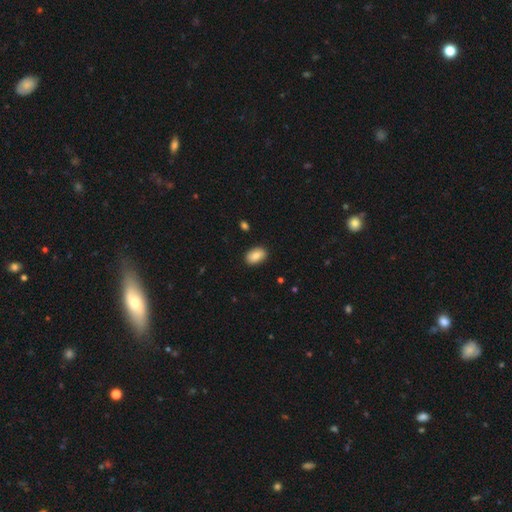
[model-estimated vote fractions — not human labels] Smooth or featured?
  - smooth: 85% *
  - featured or disk: 8%
  - star or artifact: 7%
How rounded?
  - in between: 88% *
  - round: 10%
  - cigar-shaped: 1%
Merging?
  - none: 87% *
  - minor disturbance: 10%
  - major disturbance: 2%
  - merger: 1%